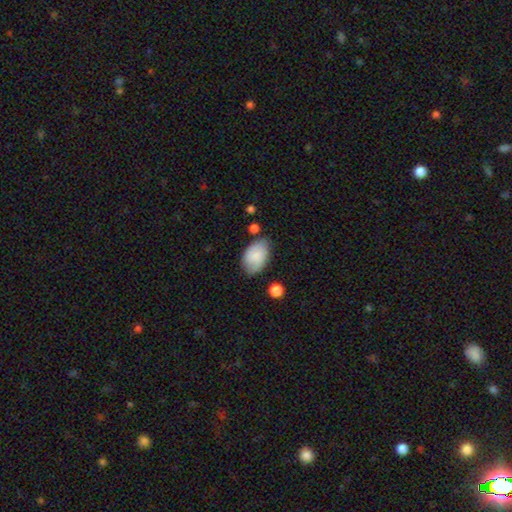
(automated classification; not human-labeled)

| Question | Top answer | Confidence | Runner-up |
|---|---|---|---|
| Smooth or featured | smooth | 77% | featured or disk (16%) |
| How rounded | in between | 91% | round (8%) |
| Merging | none | 70% | minor disturbance (22%) |